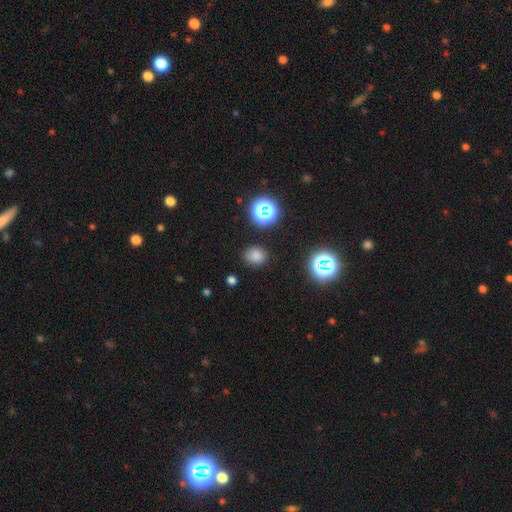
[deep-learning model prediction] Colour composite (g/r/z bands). It shows a smooth galaxy with no disk features (75%) that is round (59%). Merging: none (83%).